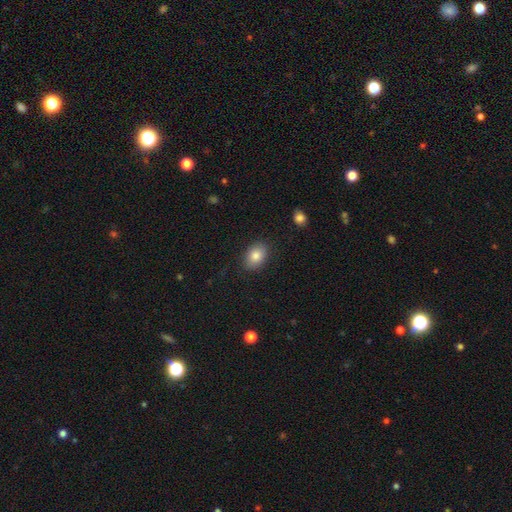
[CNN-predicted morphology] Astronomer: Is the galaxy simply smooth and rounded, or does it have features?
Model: smooth — 84%.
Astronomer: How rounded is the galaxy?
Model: in between — 78%.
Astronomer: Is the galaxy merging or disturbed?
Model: none — 86%.